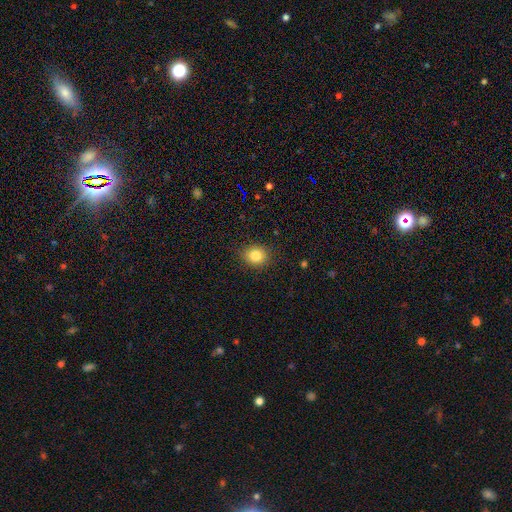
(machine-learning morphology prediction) type=smooth (83%); roundness=round (66%); merging=none (87%).